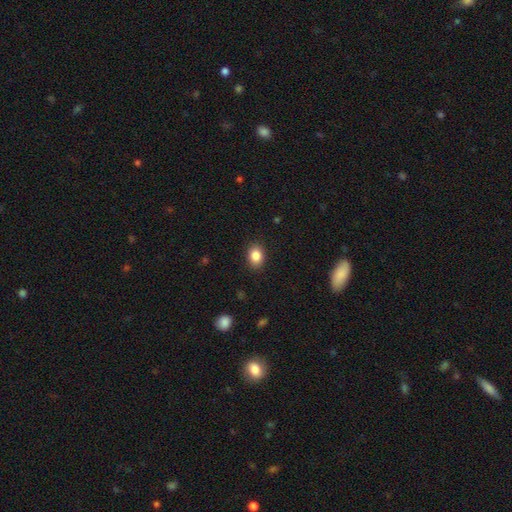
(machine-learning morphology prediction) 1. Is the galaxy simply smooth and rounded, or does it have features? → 86% smooth, 9% star or artifact, 5% featured or disk.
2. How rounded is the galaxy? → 67% in between, 32% round, 1% cigar-shaped.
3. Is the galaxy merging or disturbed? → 88% none, 8% minor disturbance, 2% major disturbance, 1% merger.